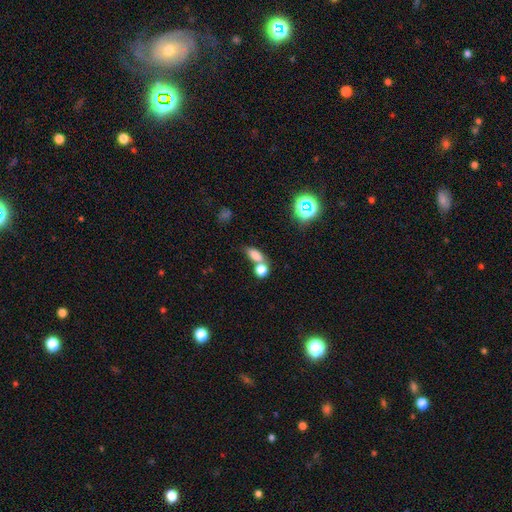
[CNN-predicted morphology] smooth_or_featured: smooth (p=0.77) [alt: star or artifact p=0.14]
how_rounded: in between (p=0.74) [alt: round p=0.19]
merging: merger (p=0.44) [alt: none p=0.40]